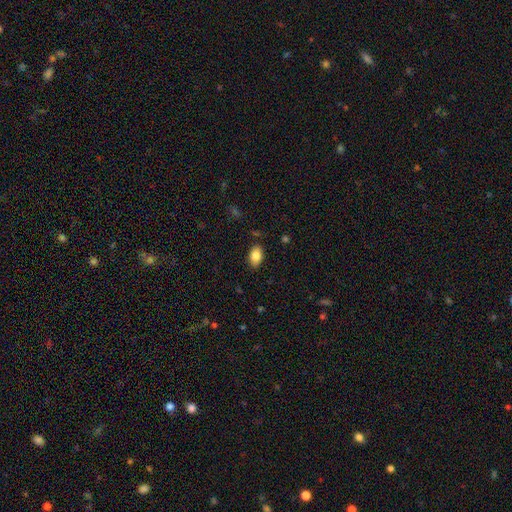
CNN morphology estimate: smooth-or-featured: smooth: 84% | featured or disk: 8% | star or artifact: 8%
  how-rounded: in between: 91% | round: 8% | cigar-shaped: 2%
  merging: none: 86% | minor disturbance: 10% | major disturbance: 2% | merger: 1%